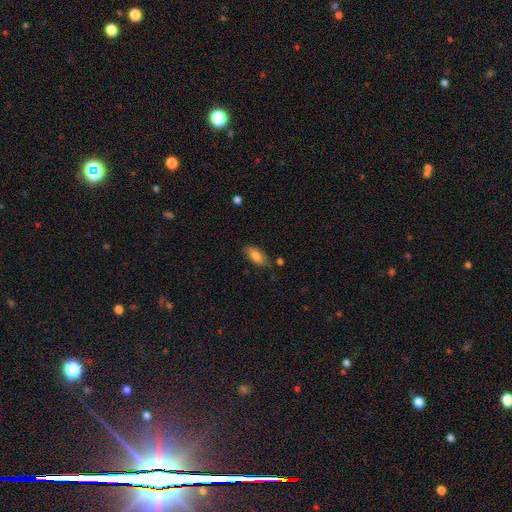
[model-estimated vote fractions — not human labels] This appears to be a smooth galaxy with no disk features (80%) that is in between round and cigar-shaped (82%). Merging: none (78%).